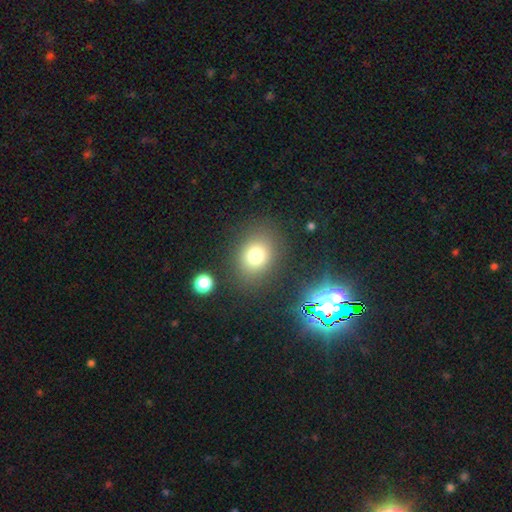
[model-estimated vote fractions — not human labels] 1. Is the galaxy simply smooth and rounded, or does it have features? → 76% smooth, 15% star or artifact, 10% featured or disk.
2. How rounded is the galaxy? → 52% round, 47% in between, 1% cigar-shaped.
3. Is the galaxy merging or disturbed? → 81% none, 10% minor disturbance, 5% major disturbance, 3% merger.